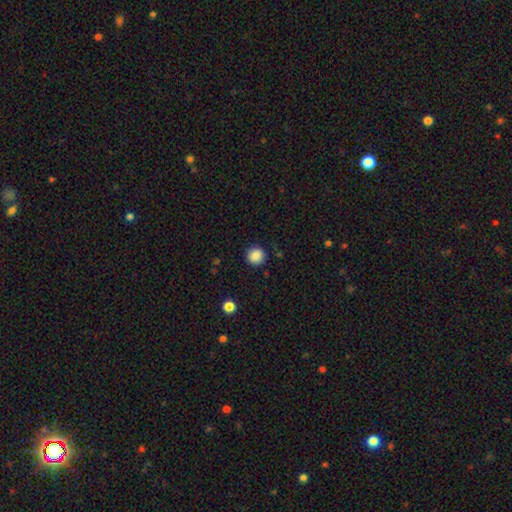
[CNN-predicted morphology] Smooth or featured: smooth — 87% (star or artifact — 10%)
How rounded: round — 93% (in between — 6%)
Merging: none — 89% (minor disturbance — 7%)